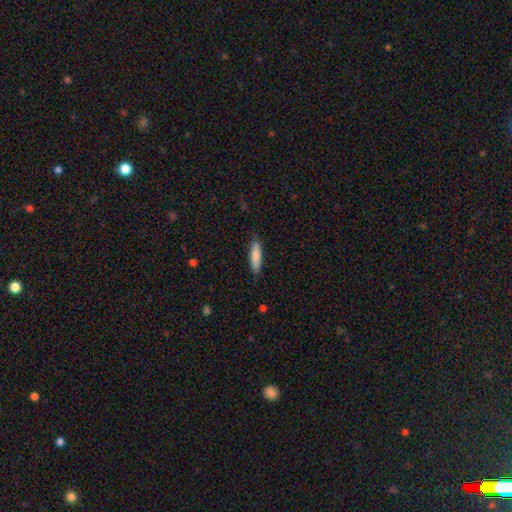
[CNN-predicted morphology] Q: Smooth or featured?
A: smooth (81%); runner-up: featured or disk (13%)
Q: How rounded?
A: cigar-shaped (73%); runner-up: in between (25%)
Q: Merging?
A: none (86%); runner-up: minor disturbance (11%)